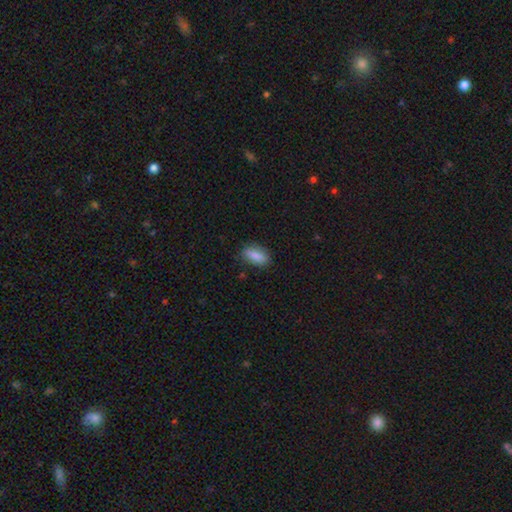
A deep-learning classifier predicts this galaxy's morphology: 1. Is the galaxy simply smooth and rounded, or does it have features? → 85% smooth, 8% featured or disk, 7% star or artifact.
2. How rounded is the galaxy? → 81% in between, 15% cigar-shaped, 4% round.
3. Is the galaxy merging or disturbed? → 81% none, 15% minor disturbance, 3% major disturbance, 1% merger.